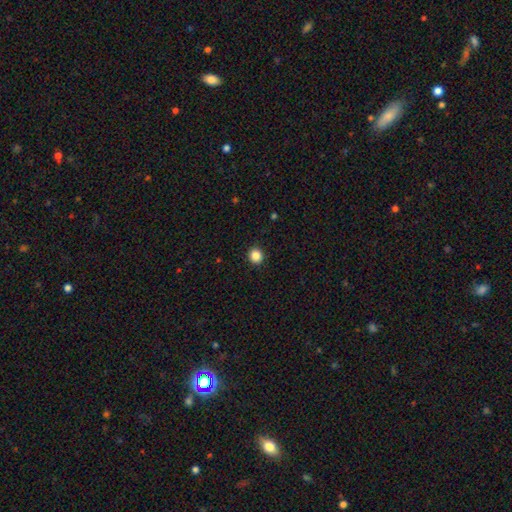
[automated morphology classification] Smooth or featured: smooth — 86% (star or artifact — 11%)
How rounded: round — 90% (in between — 9%)
Merging: none — 92% (minor disturbance — 5%)